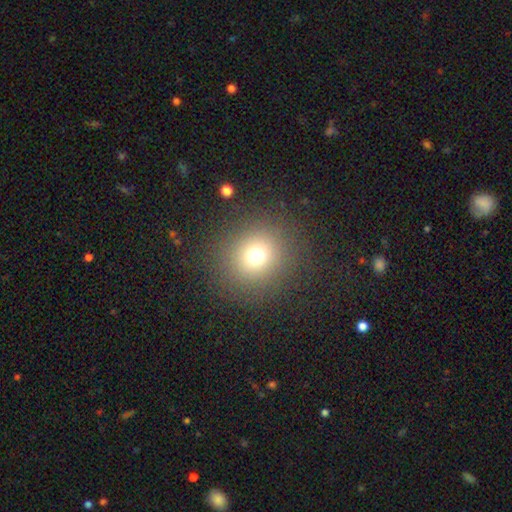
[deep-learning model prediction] Q: Smooth or featured?
A: smooth (69%); runner-up: star or artifact (21%)
Q: How rounded?
A: round (90%); runner-up: in between (9%)
Q: Merging?
A: none (87%); runner-up: minor disturbance (7%)